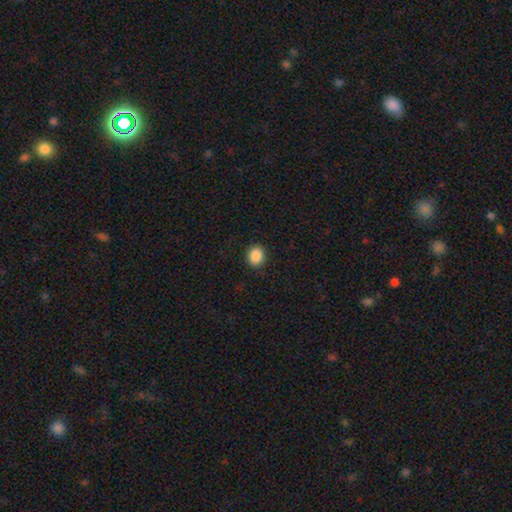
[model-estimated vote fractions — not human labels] The model was most divided on "how rounded": round: 66%, in between: 33%, cigar-shaped: 1%. More confident: merging — none (90%); smooth or featured — smooth (88%).